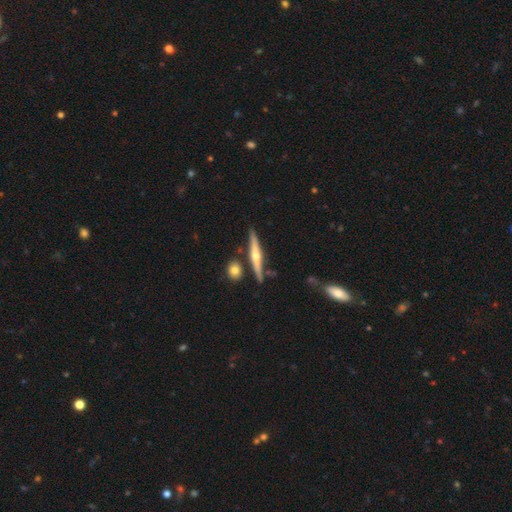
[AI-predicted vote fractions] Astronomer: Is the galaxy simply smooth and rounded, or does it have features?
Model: featured or disk — 70%.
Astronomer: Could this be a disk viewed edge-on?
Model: yes — 96%.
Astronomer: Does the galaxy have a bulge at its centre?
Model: rounded — 89%.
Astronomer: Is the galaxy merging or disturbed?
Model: none — 81%.